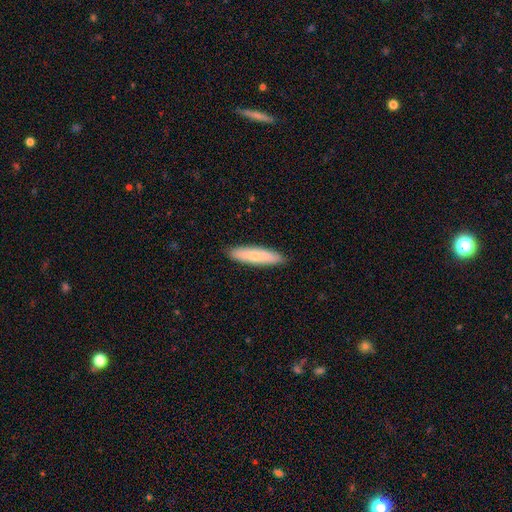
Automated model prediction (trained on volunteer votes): A smooth galaxy with no disk features (72%) that is cigar-shaped (79%).

Vote fractions:
- Smooth or featured? smooth: 72% / featured or disk: 22% / star or artifact: 5%
- How rounded? cigar-shaped: 79% / in between: 19% / round: 1%
- Merging? none: 90% / minor disturbance: 8% / major disturbance: 1% / merger: 1%